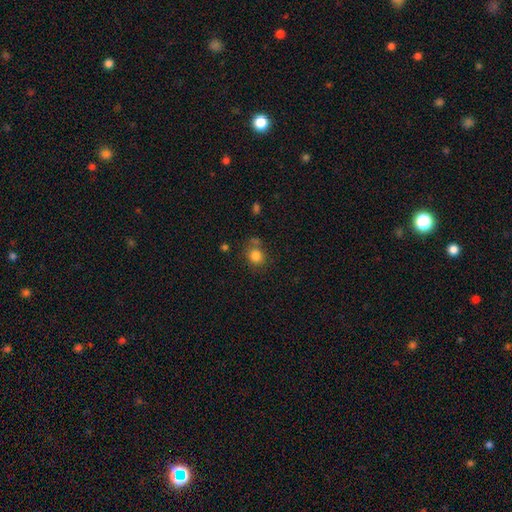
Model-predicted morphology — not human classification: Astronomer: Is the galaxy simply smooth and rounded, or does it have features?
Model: smooth — 83%.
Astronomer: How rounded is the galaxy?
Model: round — 79%.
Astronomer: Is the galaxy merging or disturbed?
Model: none — 65%.